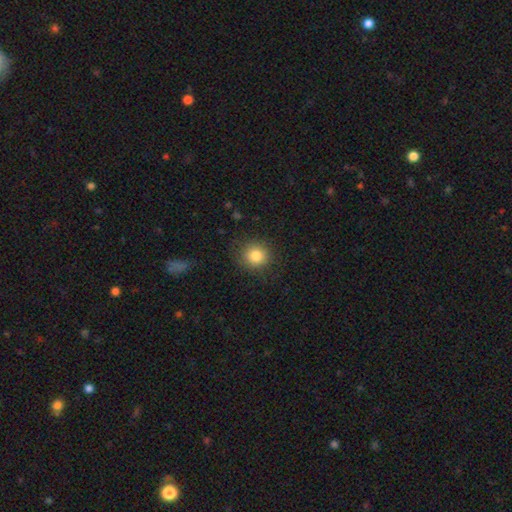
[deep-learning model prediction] Smooth or featured? smooth (83%)
How rounded? round (90%)
Merging? none (85%)